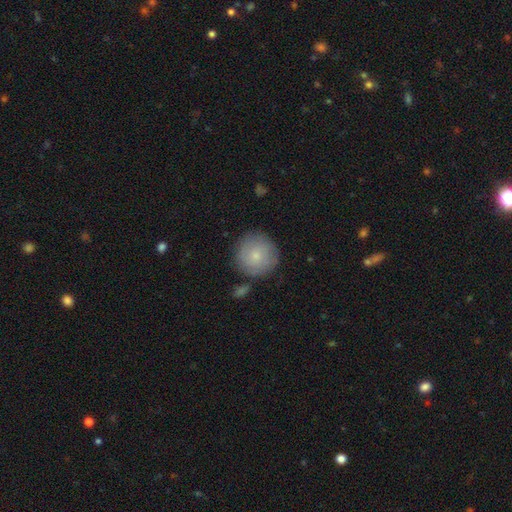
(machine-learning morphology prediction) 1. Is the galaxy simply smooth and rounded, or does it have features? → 77% smooth, 16% featured or disk, 6% star or artifact.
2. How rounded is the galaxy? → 94% round, 5% in between, 1% cigar-shaped.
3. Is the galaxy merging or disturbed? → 80% none, 12% minor disturbance, 4% merger, 3% major disturbance.